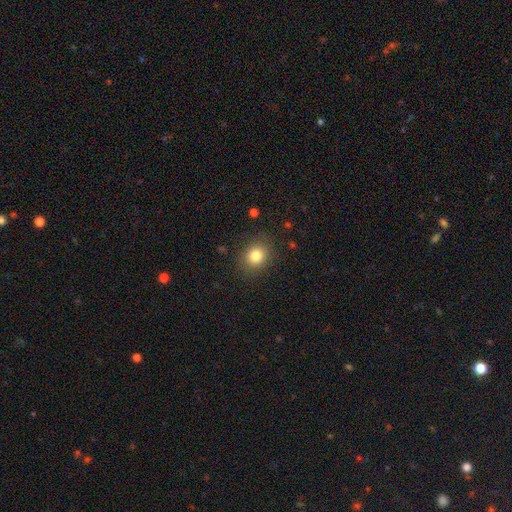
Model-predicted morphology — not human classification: type=smooth (81%); roundness=round (72%); merging=none (86%).